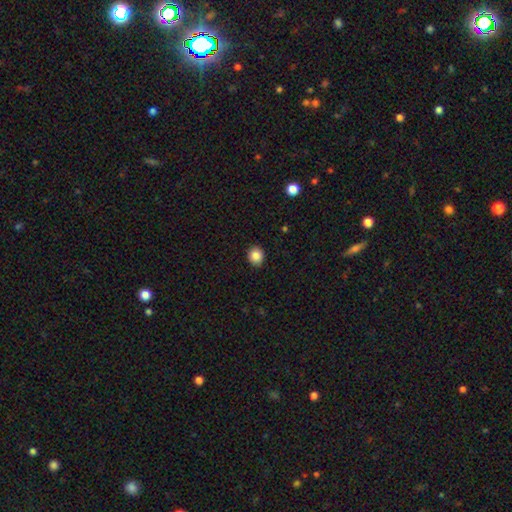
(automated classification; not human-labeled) Overall: smooth (86%). How rounded: round (74%). Merging: none (90%).